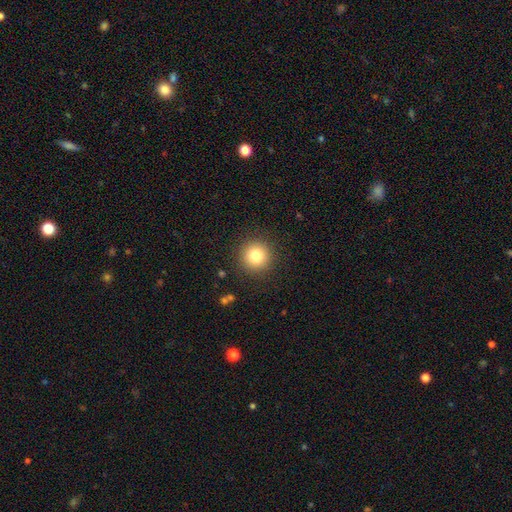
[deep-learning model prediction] smooth 81%, star or artifact 11%, featured or disk 8%. Down the decision tree: how rounded — round (95%); merging — none (90%).